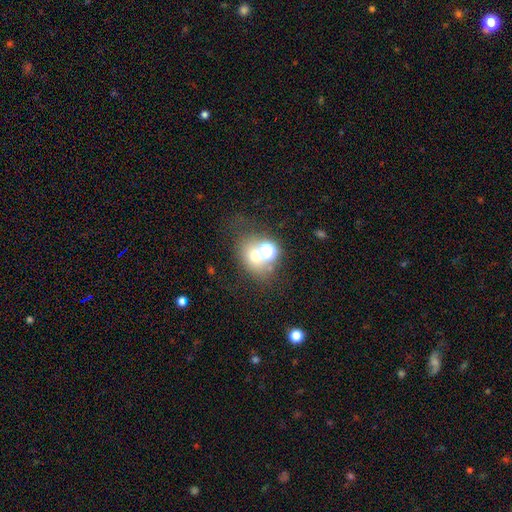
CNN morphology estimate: smooth_or_featured: smooth (p=0.56) [alt: star or artifact p=0.26]
how_rounded: round (p=0.60) [alt: in between p=0.39]
merging: none (p=0.45) [alt: merger p=0.34]